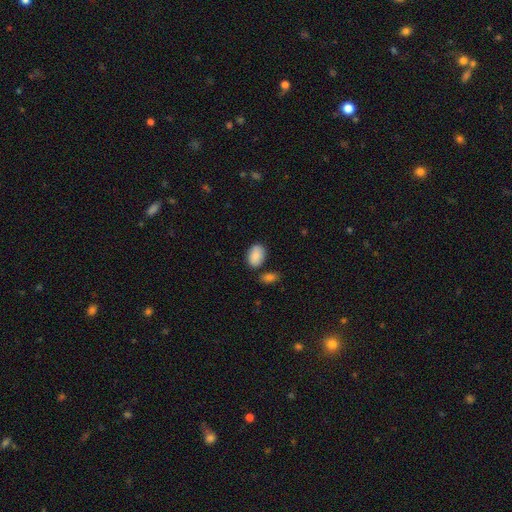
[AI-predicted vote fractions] Overall: smooth (88%). How rounded: in between (90%). Merging: none (73%).